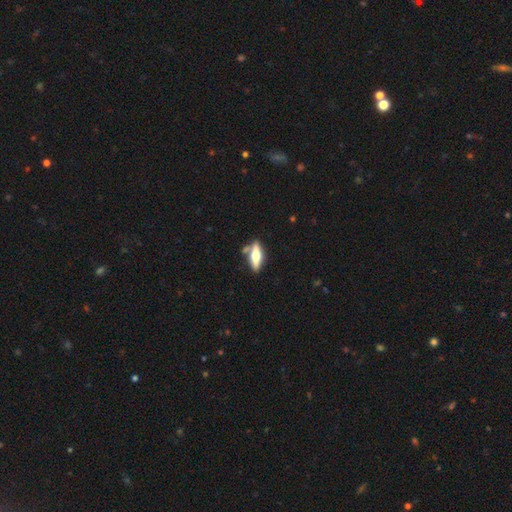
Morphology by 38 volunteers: Q: Smooth or featured?
A: featured or disk (58%); runner-up: smooth (34%)
Q: Edge-on disk?
A: yes (91%); runner-up: no (9%)
Q: Edge-on bulge?
A: rounded (85%); runner-up: none (10%)
Q: Merging?
A: none (69%); runner-up: minor disturbance (17%)